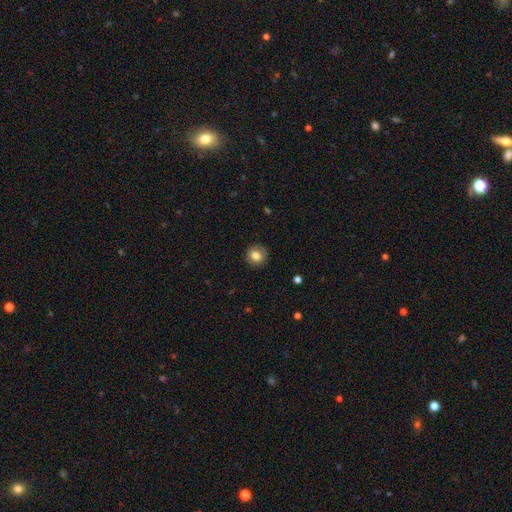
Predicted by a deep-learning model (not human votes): smooth 79%, featured or disk 12%, star or artifact 9%. Down the decision tree: how rounded — round (86%); merging — none (86%).